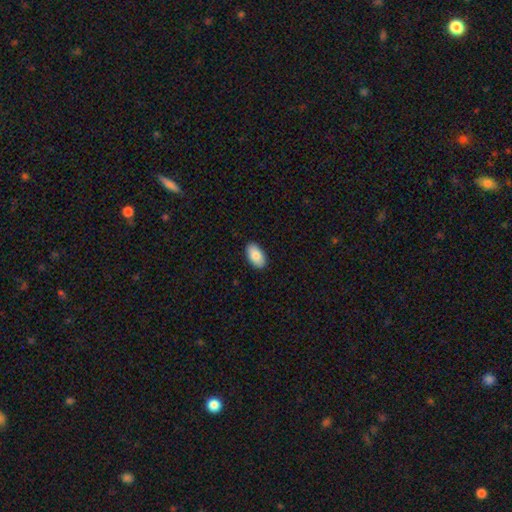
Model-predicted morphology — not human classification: A smooth galaxy with no disk features (84%) that is in between round and cigar-shaped (95%). Merging: none (90%).